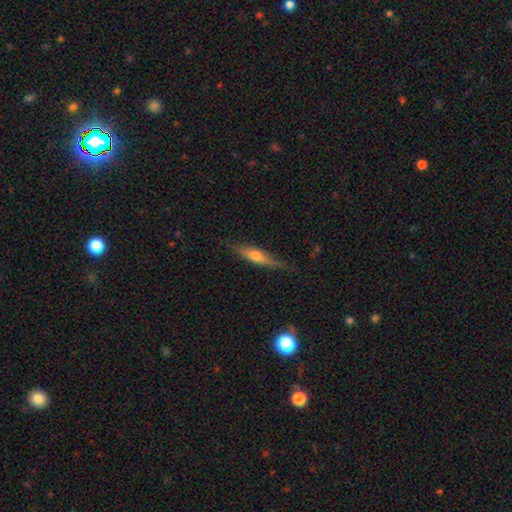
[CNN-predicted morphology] This is possibly a featured or disk galaxy (57%). It is clearly viewed edge-on (95%). Edge-on bulge: clearly rounded (83%). Merging: clearly none (81%).